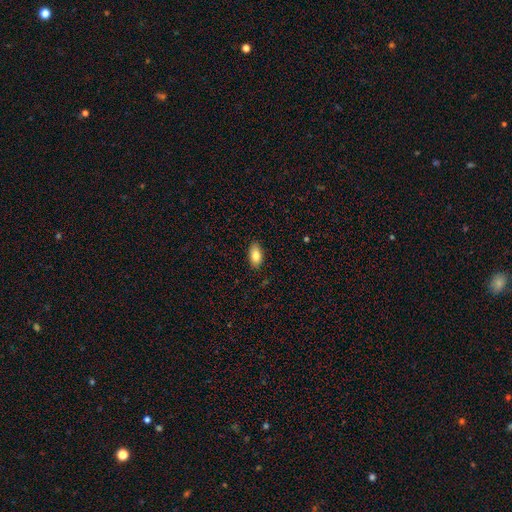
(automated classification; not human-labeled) The model was most divided on "smooth or featured": smooth: 83%, featured or disk: 9%, star or artifact: 7%. More confident: how rounded — in between (91%); merging — none (87%).